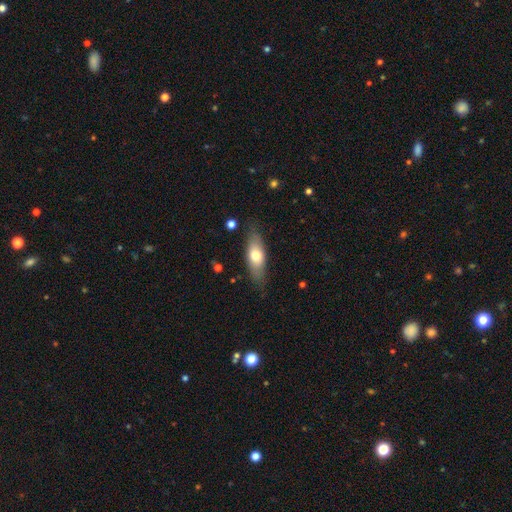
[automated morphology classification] This is likely a smooth galaxy (67%). How rounded: likely in between (69%). Merging: likely none (79%).